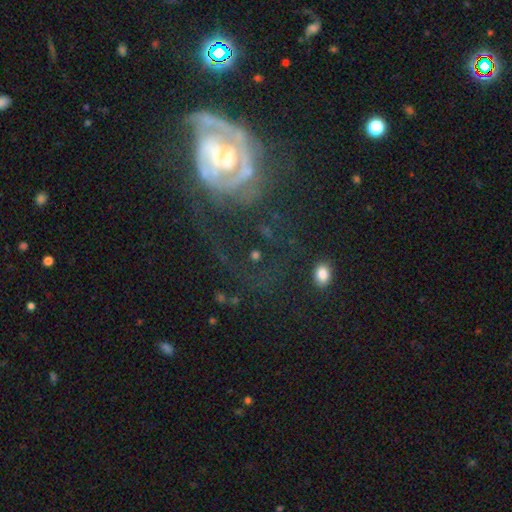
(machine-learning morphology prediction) Smooth or featured: featured or disk — 44% (smooth — 32%)
Merging: none — 63% (major disturbance — 18%)